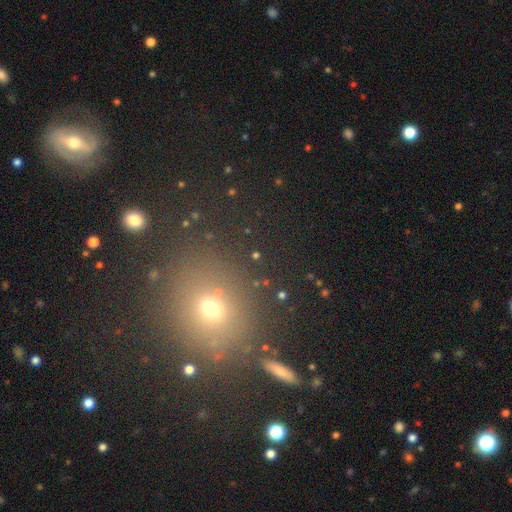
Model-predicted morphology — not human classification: This appears to be a smooth galaxy with no disk features (48%). Merging: none (79%).